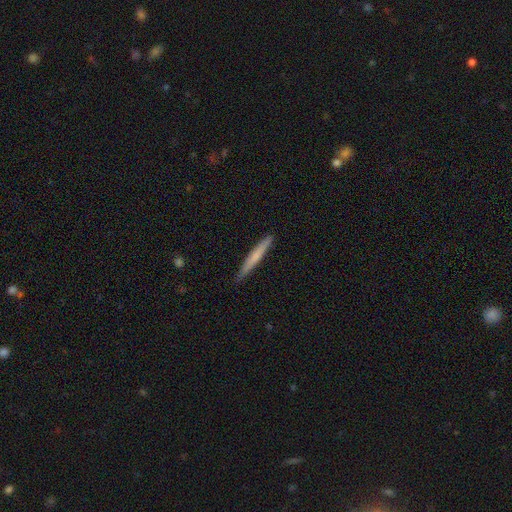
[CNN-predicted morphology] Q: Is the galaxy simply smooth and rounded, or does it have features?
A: smooth — 63%.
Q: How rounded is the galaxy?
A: cigar-shaped — 96%.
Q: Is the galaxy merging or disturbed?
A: none — 89%.